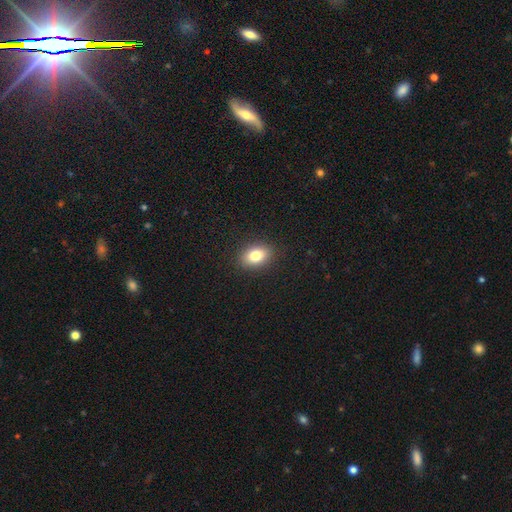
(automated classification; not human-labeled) Smooth or featured: smooth — 79% (featured or disk — 11%)
How rounded: in between — 78% (round — 20%)
Merging: none — 89% (minor disturbance — 8%)